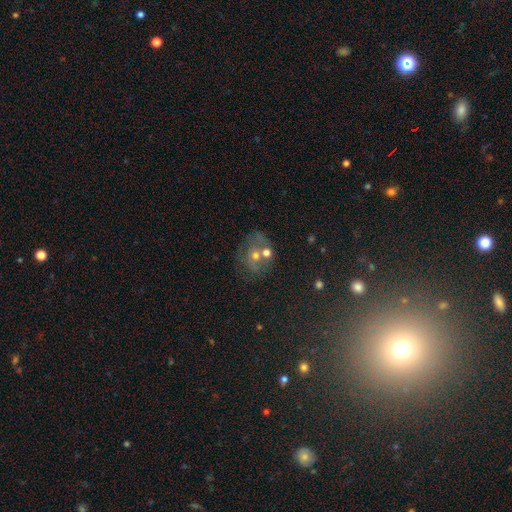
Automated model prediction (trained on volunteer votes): This is marginally a featured or disk galaxy (42%). Merging: possibly none (47%).